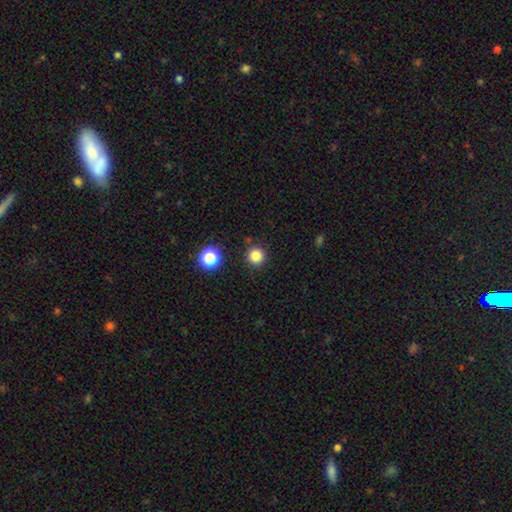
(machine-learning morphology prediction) smooth_or_featured: smooth (p=0.82) [alt: star or artifact p=0.14]
how_rounded: round (p=0.95) [alt: in between p=0.04]
merging: none (p=0.89) [alt: minor disturbance p=0.06]